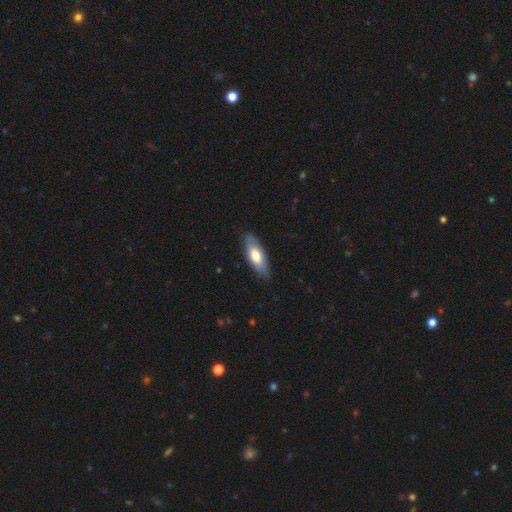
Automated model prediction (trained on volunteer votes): Smooth or featured? Predicted: smooth (p=0.68). How rounded? Predicted: in between (p=0.69). Merging? Predicted: none (p=0.81).